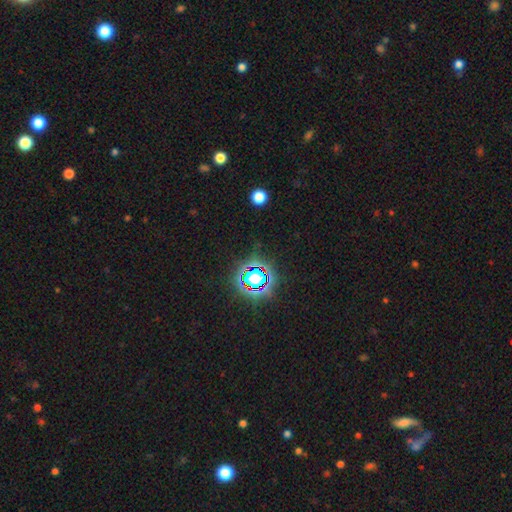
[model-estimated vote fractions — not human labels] Overall: star or artifact (79%).